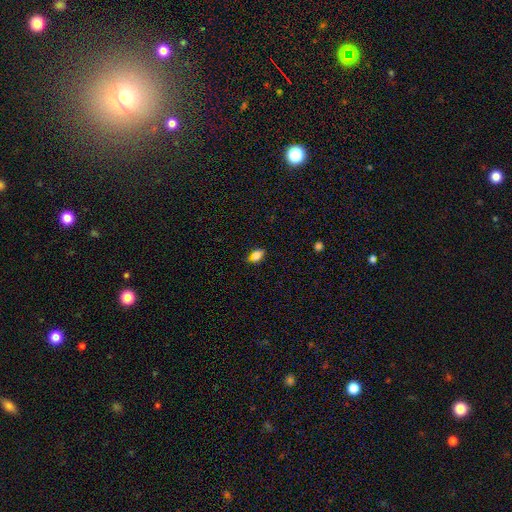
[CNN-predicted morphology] Overall: smooth (81%). How rounded: in between (84%). Merging: none (74%).